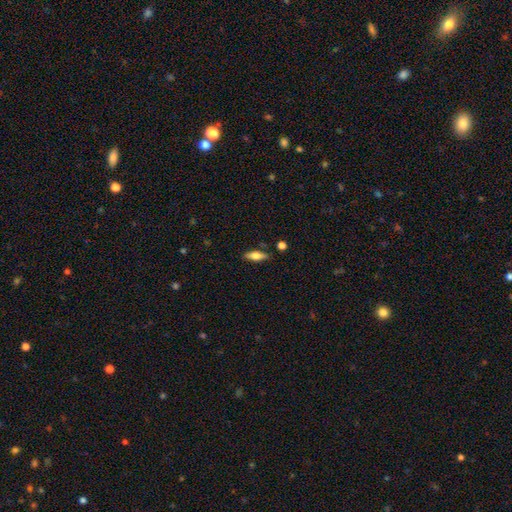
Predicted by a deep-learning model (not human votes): Morphology: type=smooth (59%); roundness=in between (54%); merging=none (83%).